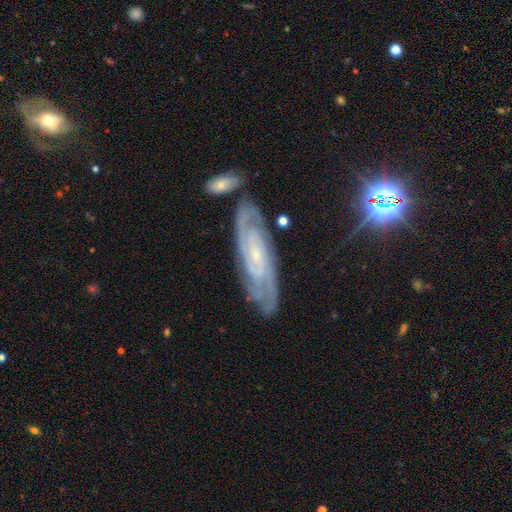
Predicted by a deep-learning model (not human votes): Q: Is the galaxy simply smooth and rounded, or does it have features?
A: featured or disk — 84%.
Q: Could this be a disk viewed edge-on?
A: no — 88%.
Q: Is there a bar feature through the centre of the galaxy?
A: no — 58%.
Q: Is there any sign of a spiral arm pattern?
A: yes — 97%.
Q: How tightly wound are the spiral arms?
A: tight — 69%.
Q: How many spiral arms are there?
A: can't tell — 33%.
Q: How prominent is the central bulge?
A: small — 80%.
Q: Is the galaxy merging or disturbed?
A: none — 76%.